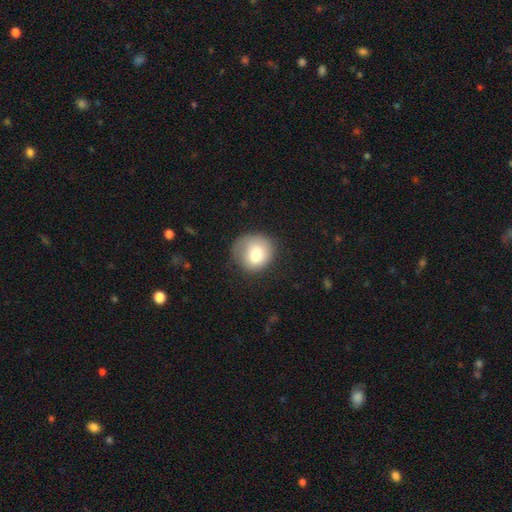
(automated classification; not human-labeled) Smooth or featured?
  - smooth: 78% *
  - featured or disk: 13%
  - star or artifact: 9%
How rounded?
  - round: 82% *
  - in between: 17%
  - cigar-shaped: 1%
Merging?
  - none: 62% *
  - minor disturbance: 25%
  - major disturbance: 11%
  - merger: 2%